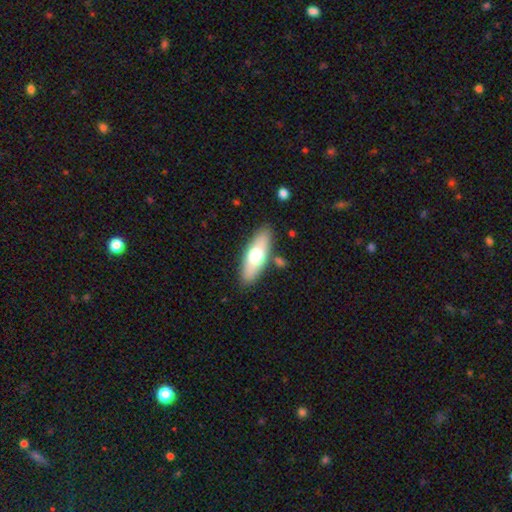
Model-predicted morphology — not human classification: A smooth galaxy with no disk features (60%) that is in between round and cigar-shaped (63%).

Vote fractions:
- Smooth or featured? smooth: 60% / featured or disk: 34% / star or artifact: 6%
- How rounded? in between: 63% / cigar-shaped: 35% / round: 3%
- Merging? none: 84% / minor disturbance: 10% / merger: 3% / major disturbance: 3%